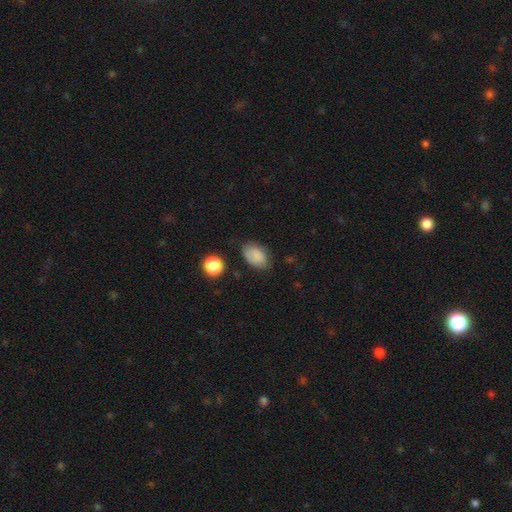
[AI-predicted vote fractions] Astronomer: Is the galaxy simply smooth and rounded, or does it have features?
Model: smooth — 83%.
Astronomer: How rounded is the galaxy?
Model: in between — 86%.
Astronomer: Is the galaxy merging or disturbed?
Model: none — 72%.